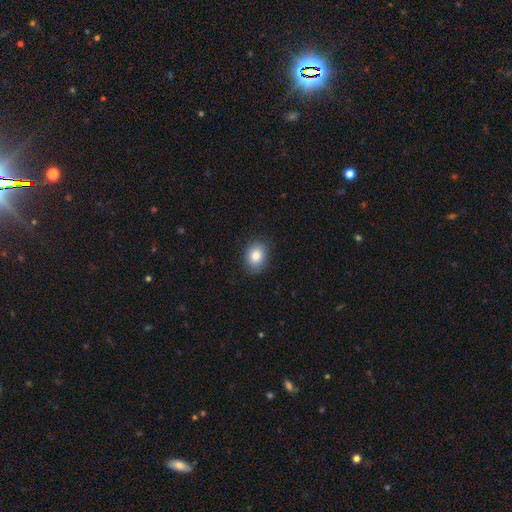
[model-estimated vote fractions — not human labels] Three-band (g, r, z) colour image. It shows a smooth galaxy with no disk features (85%) that is in between round and cigar-shaped (59%). Merging: none (86%).